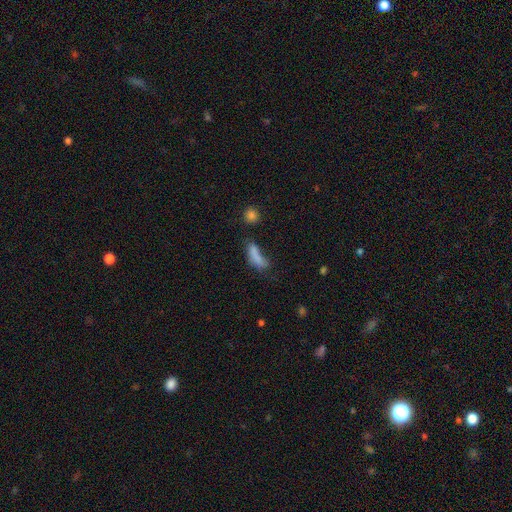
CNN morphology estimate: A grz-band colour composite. It shows a smooth galaxy with no disk features (74%) that is in between round and cigar-shaped (51%). Merging: none (34%).